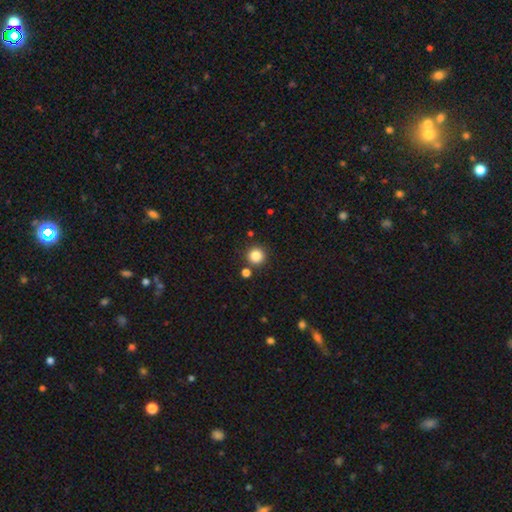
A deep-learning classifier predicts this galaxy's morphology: smooth_or_featured: smooth (p=0.84) [alt: star or artifact p=0.12]
how_rounded: round (p=0.95) [alt: in between p=0.04]
merging: none (p=0.85) [alt: merger p=0.06]